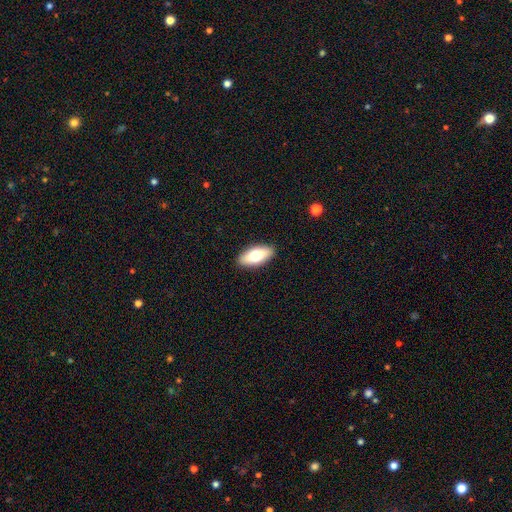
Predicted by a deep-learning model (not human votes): Smooth or featured? smooth (71%)
How rounded? in between (87%)
Merging? none (90%)